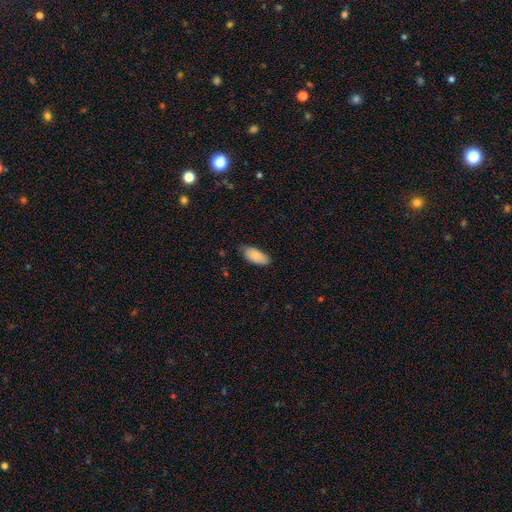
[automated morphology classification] Smooth or featured?
  - smooth: 85% *
  - featured or disk: 9%
  - star or artifact: 6%
How rounded?
  - in between: 91% *
  - cigar-shaped: 7%
  - round: 2%
Merging?
  - none: 77% *
  - minor disturbance: 19%
  - major disturbance: 3%
  - merger: 1%